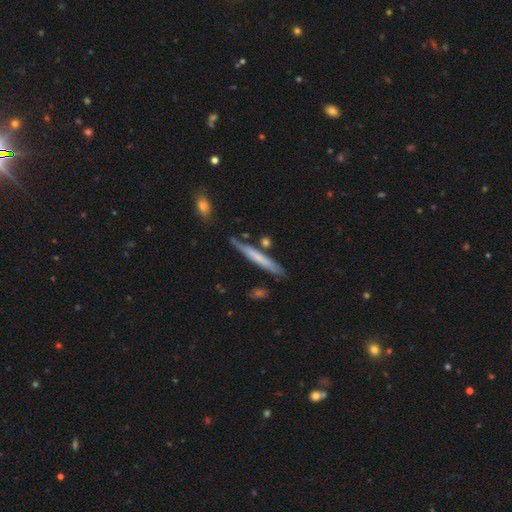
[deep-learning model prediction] Smooth or featured? smooth (58%)
How rounded? cigar-shaped (95%)
Merging? none (78%)